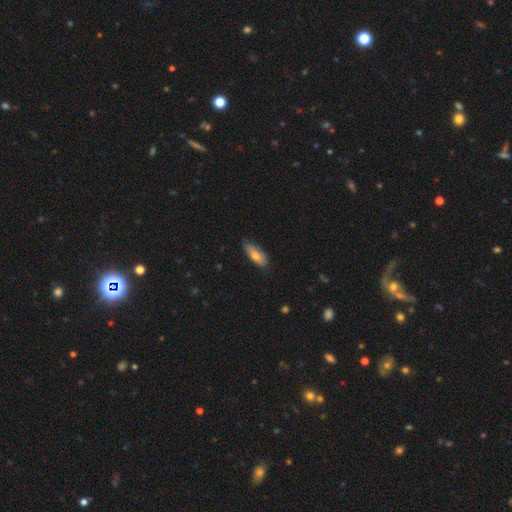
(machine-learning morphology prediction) The model was most divided on "merging": none: 70%, minor disturbance: 26%, major disturbance: 3%, merger: 1%. More confident: how rounded — in between (73%); smooth or featured — smooth (73%).